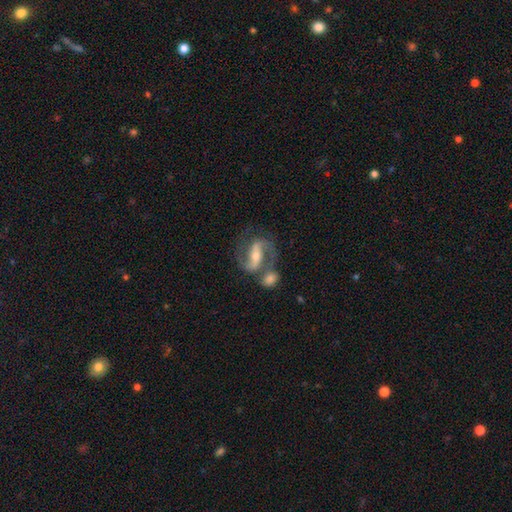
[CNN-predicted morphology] A featured or disk galaxy (88%) with a strong bar (55%), 2 (92%) medium (55%) spiral arms (96%) and a moderate central bulge (51%). Merging: none (54%).